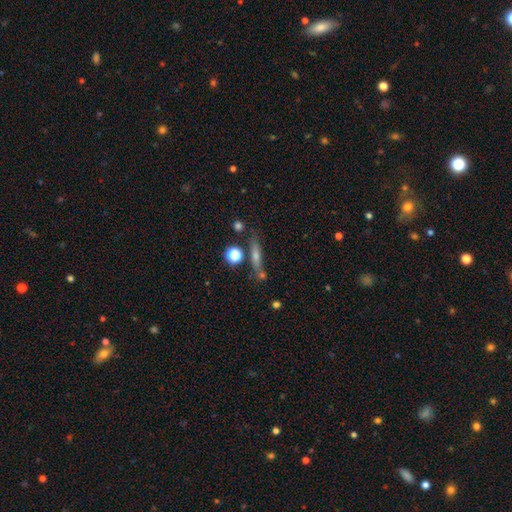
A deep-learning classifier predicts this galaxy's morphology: This appears to be a featured or disk galaxy (42%, tied with smooth). Merging: none (72%).